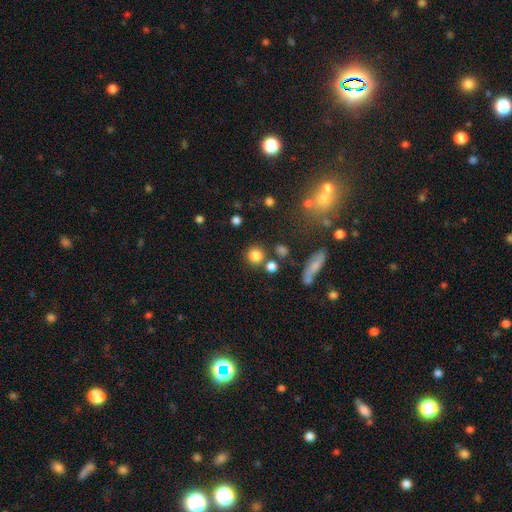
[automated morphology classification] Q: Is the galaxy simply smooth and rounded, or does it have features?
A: smooth — 81%.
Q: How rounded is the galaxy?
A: round — 91%.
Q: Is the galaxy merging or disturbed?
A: none — 76%.